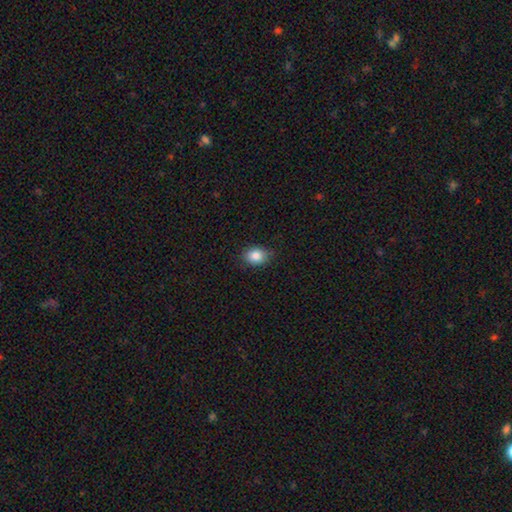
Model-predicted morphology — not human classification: Overall: smooth (85%). How rounded: in between (55%; round 44%). Merging: none (84%).